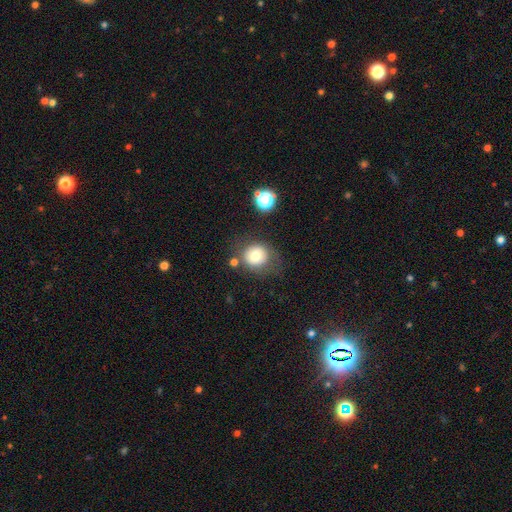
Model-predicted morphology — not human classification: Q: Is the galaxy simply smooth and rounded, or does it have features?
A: smooth — 72%.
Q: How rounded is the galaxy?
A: round — 80%.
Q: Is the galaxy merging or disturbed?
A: none — 66%.